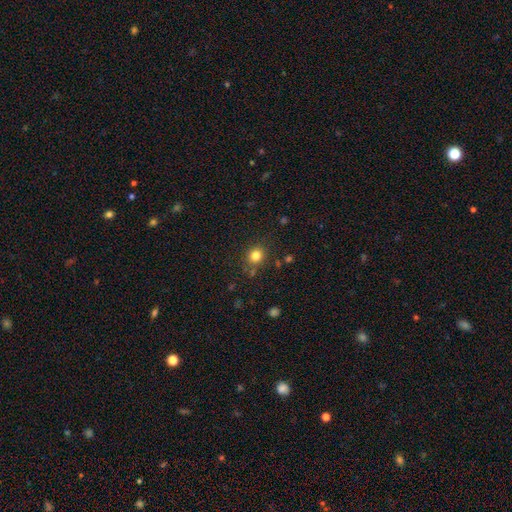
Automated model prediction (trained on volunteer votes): Morphology: type=smooth (81%); roundness=round (83%); merging=none (82%).